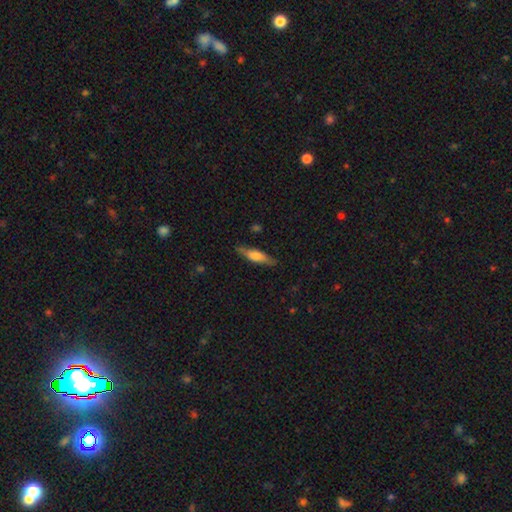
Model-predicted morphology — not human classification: Smooth or featured? Predicted: smooth (p=0.57). How rounded? Predicted: cigar-shaped (p=0.72). Merging? Predicted: none (p=0.83).